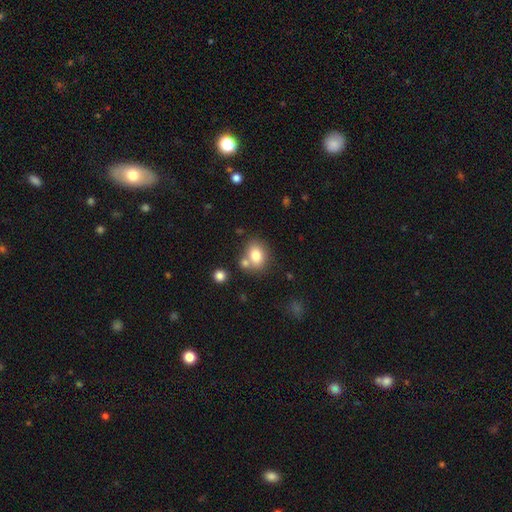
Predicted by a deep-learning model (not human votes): Smooth or featured?
  - smooth: 80% *
  - featured or disk: 11%
  - star or artifact: 9%
How rounded?
  - in between: 58% *
  - round: 41%
  - cigar-shaped: 1%
Merging?
  - none: 60% *
  - merger: 23%
  - minor disturbance: 13%
  - major disturbance: 4%